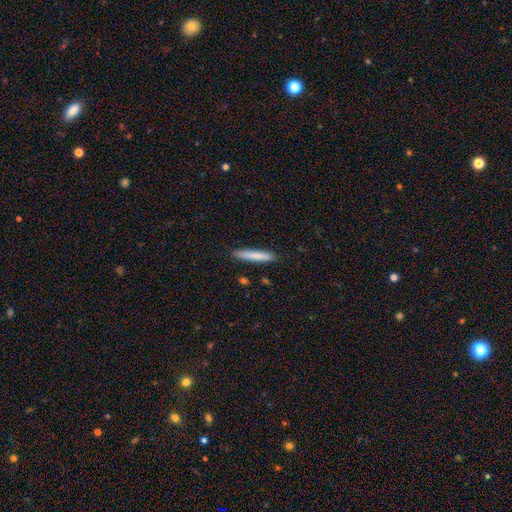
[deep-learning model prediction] Smooth or featured?
  - smooth: 80% *
  - featured or disk: 14%
  - star or artifact: 6%
How rounded?
  - cigar-shaped: 93% *
  - in between: 6%
  - round: 1%
Merging?
  - none: 88% *
  - minor disturbance: 9%
  - major disturbance: 2%
  - merger: 1%